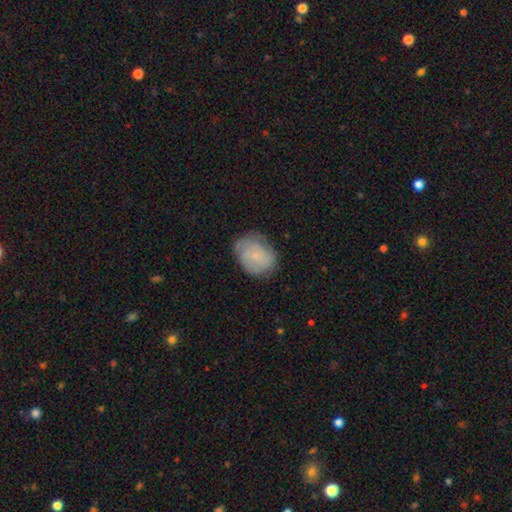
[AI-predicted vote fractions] Q: Smooth or featured?
A: smooth (58%); runner-up: featured or disk (35%)
Q: How rounded?
A: in between (56%); runner-up: round (43%)
Q: Merging?
A: none (62%); runner-up: minor disturbance (28%)